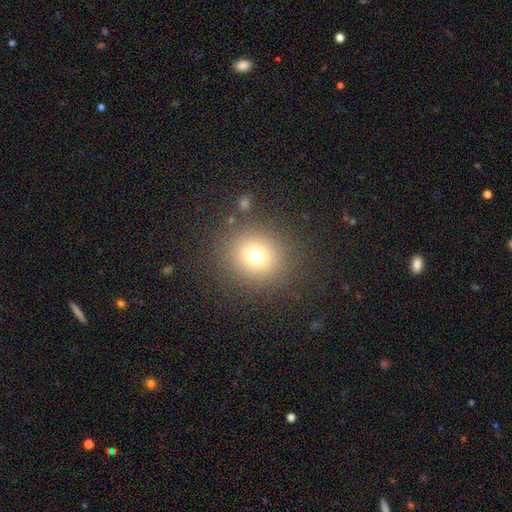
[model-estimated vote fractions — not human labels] Q: Smooth or featured?
A: smooth (72%); runner-up: star or artifact (17%)
Q: How rounded?
A: round (85%); runner-up: in between (15%)
Q: Merging?
A: none (85%); runner-up: minor disturbance (8%)